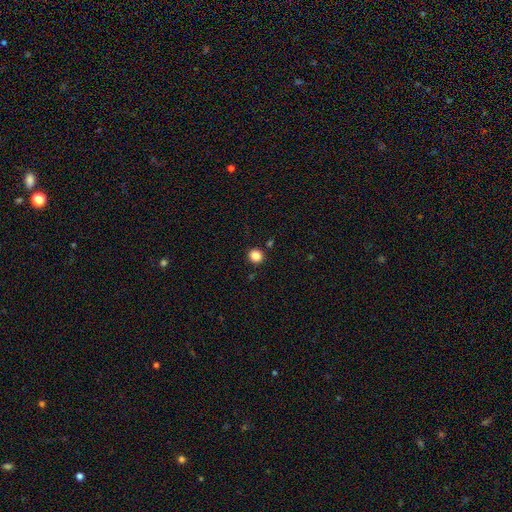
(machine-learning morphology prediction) Overall: smooth (86%). How rounded: round (87%). Merging: none (89%).